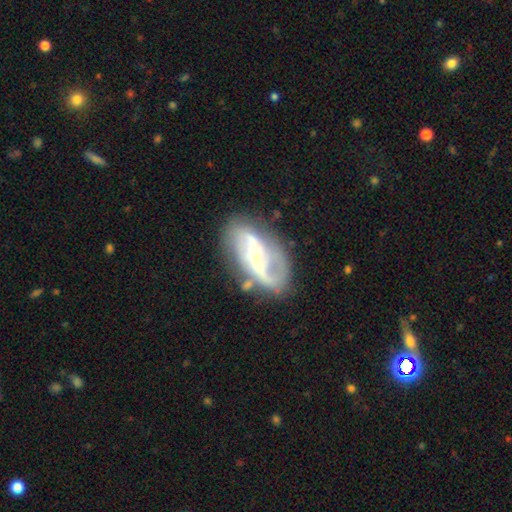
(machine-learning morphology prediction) A featured or disk galaxy (76%) with a weak bar (39%), 2 (75%) loose (50%) spiral arms (89%) and a small central bulge (52%).

Vote fractions:
- Smooth or featured? featured or disk: 76% / smooth: 17% / star or artifact: 7%
- Edge-on disk? no: 94% / yes: 6%
- Bar? weak: 39% / no: 36% / strong: 25%
- Spiral arms? yes: 89% / no: 11%
- Spiral winding? loose: 50% / medium: 36% / tight: 14%
- Spiral arm count? 2: 75% / can't tell: 10% / 1: 9% / 3: 3% / 4: 1% / more than 4: 1%
- Bulge size? small: 52% / moderate: 25% / none: 15% / large: 6% / dominant: 2%
- Merging? none: 60% / minor disturbance: 21% / major disturbance: 13% / merger: 6%